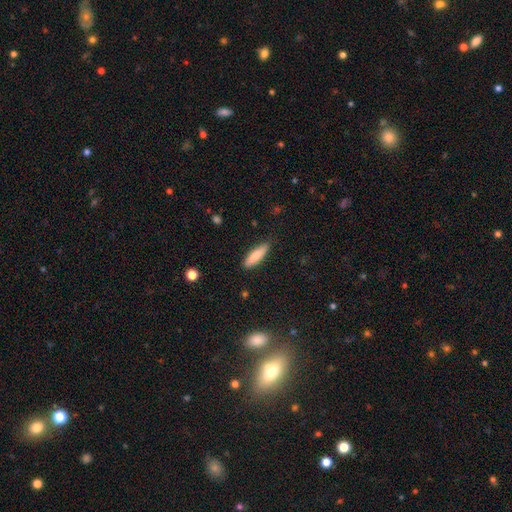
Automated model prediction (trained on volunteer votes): This appears to be a smooth galaxy with no disk features (82%) that is cigar-shaped (62%). Merging: none (85%).